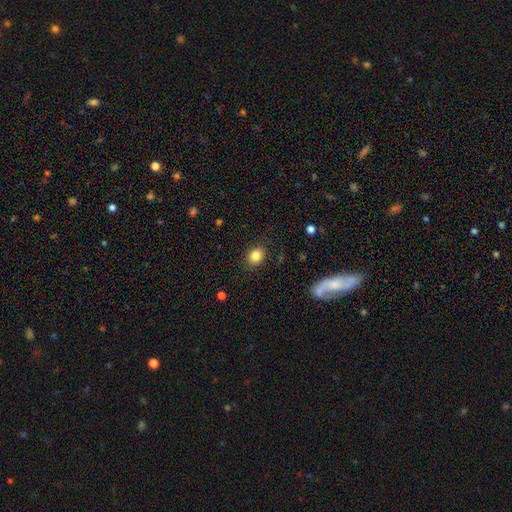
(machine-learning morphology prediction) Smooth or featured? Predicted: smooth (p=0.84). How rounded? Predicted: round (p=0.65). Merging? Predicted: none (p=0.88).